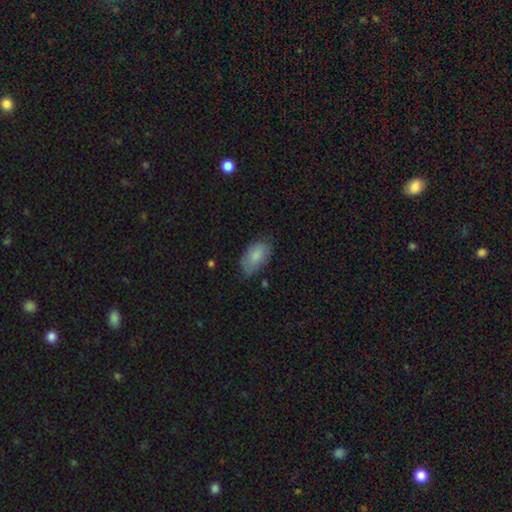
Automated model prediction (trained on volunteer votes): Smooth or featured: smooth — 84% (featured or disk — 9%)
How rounded: in between — 93% (round — 4%)
Merging: none — 68% (minor disturbance — 25%)